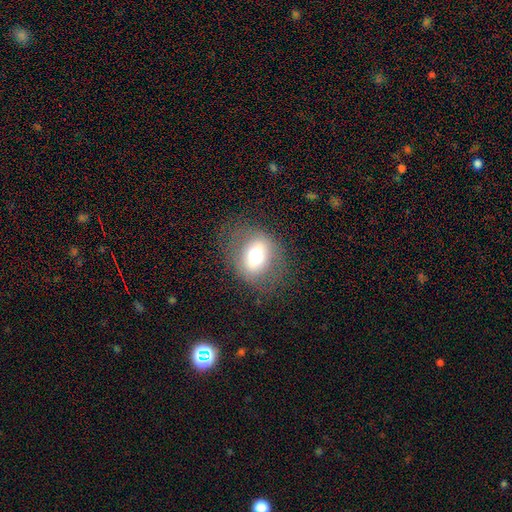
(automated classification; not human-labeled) Smooth or featured: smooth — 56% (featured or disk — 34%)
How rounded: in between — 52% (round — 46%)
Merging: none — 74% (minor disturbance — 15%)